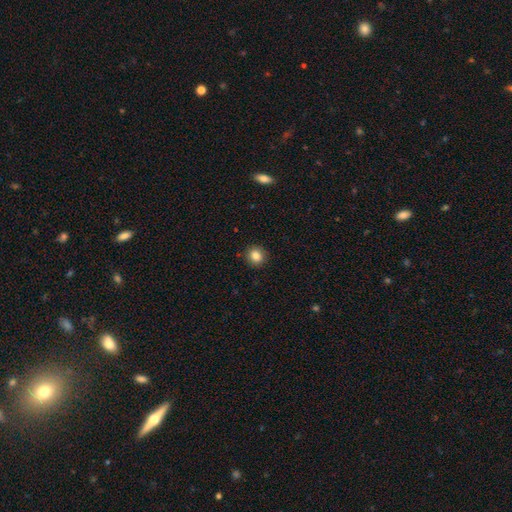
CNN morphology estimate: Smooth or featured? smooth (85%)
How rounded? round (87%)
Merging? none (91%)